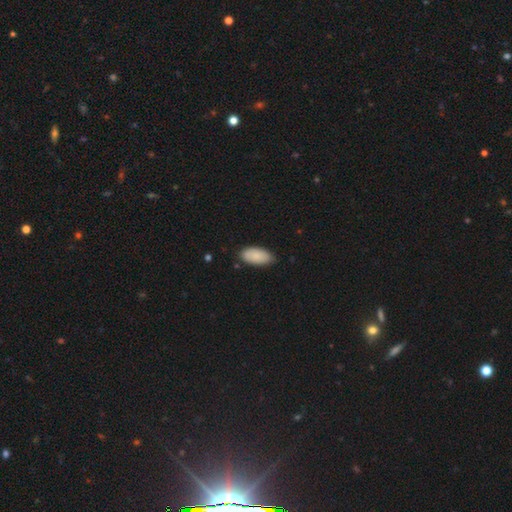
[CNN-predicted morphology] Smooth or featured: smooth — 87% (featured or disk — 7%)
How rounded: in between — 93% (cigar-shaped — 5%)
Merging: none — 80% (minor disturbance — 16%)